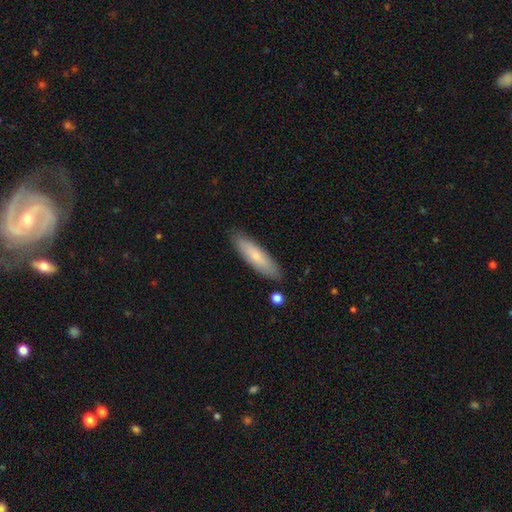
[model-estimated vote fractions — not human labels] A smooth galaxy with no disk features (63%) that is cigar-shaped (63%). Merging: none (85%).